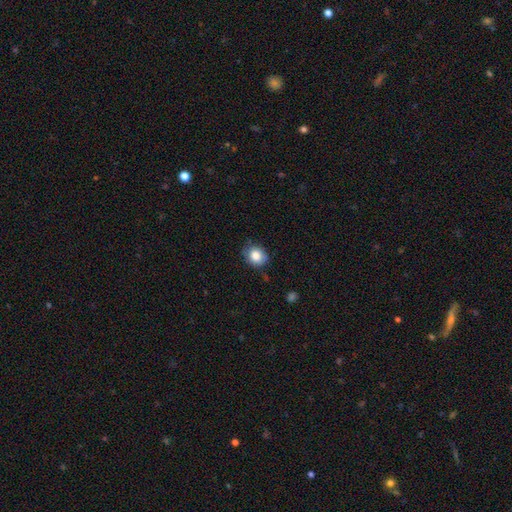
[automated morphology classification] Smooth or featured? Predicted: smooth (p=0.82). How rounded? Predicted: round (p=0.62). Merging? Predicted: none (p=0.74).